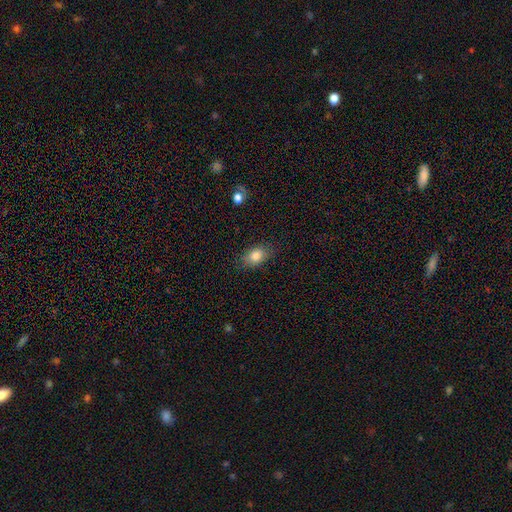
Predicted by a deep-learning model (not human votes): A smooth galaxy with no disk features (82%) that is in between round and cigar-shaped (80%). Merging: none (81%).